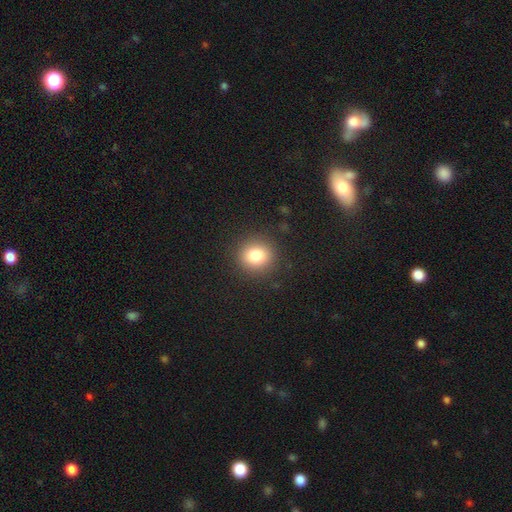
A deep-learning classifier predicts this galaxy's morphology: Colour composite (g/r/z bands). It shows a smooth galaxy with no disk features (81%) that is round (86%). Merging: none (89%).